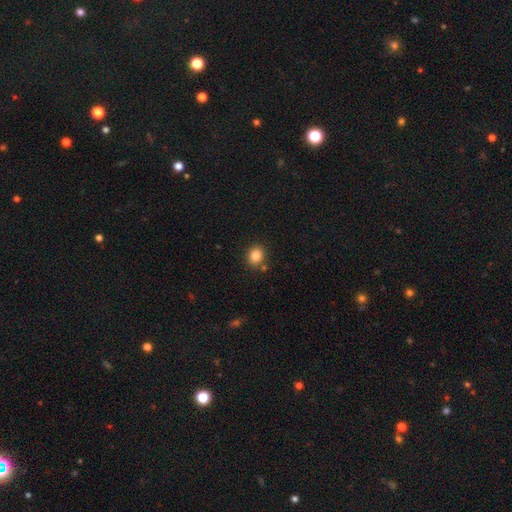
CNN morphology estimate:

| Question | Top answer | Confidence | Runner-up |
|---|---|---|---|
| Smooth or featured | smooth | 84% | star or artifact (10%) |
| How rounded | round | 72% | in between (27%) |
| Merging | none | 84% | minor disturbance (9%) |